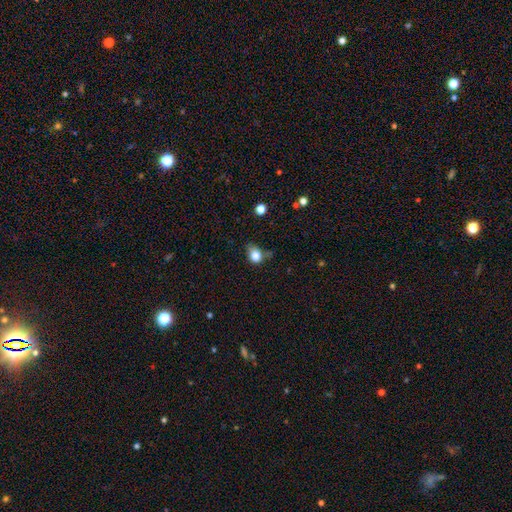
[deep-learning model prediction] smooth_or_featured: smooth (p=0.80) [alt: star or artifact p=0.11]
how_rounded: in between (p=0.51) [alt: round p=0.48]
merging: none (p=0.44) [alt: minor disturbance p=0.36]